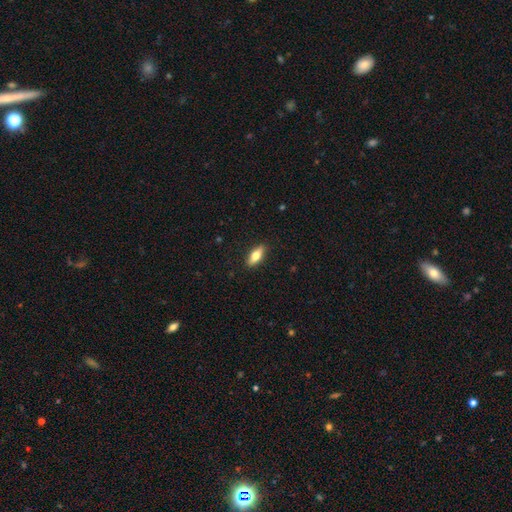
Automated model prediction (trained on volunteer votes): A smooth galaxy with no disk features (68%) that is in between round and cigar-shaped (72%).

Vote fractions:
- Smooth or featured? smooth: 68% / featured or disk: 26% / star or artifact: 6%
- How rounded? in between: 72% / cigar-shaped: 25% / round: 3%
- Merging? none: 89% / minor disturbance: 8% / major disturbance: 2% / merger: 1%